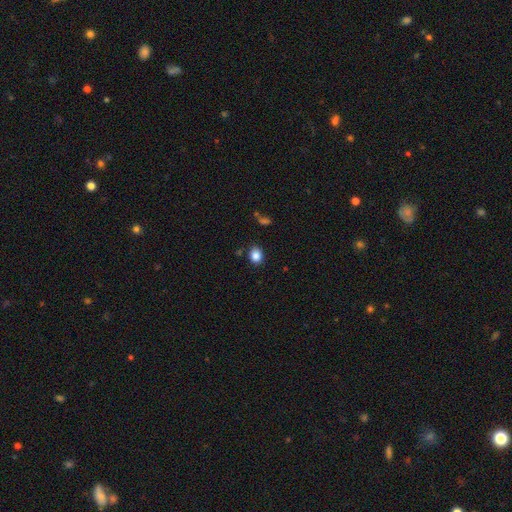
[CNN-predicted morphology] This appears to be a smooth galaxy with no disk features (86%) that is round (55%). Merging: none (85%).